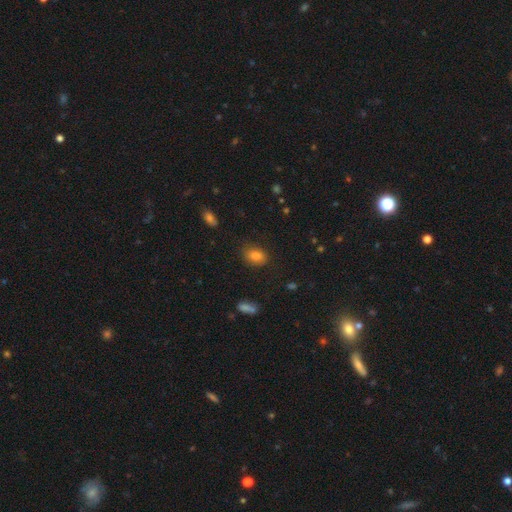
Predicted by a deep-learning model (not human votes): Smooth or featured? Predicted: smooth (p=0.83). How rounded? Predicted: in between (p=0.75). Merging? Predicted: none (p=0.81).